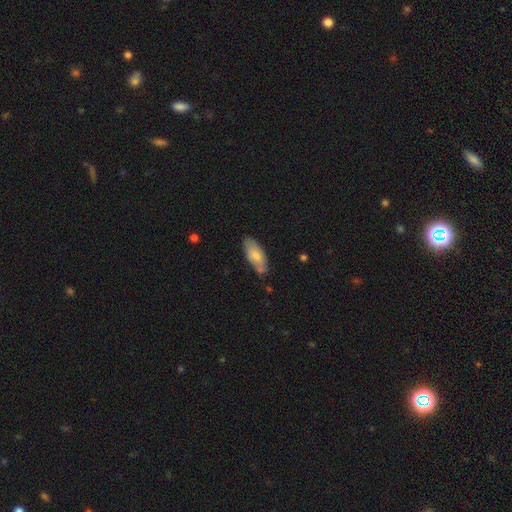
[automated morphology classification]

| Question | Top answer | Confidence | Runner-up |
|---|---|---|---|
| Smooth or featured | smooth | 73% | featured or disk (22%) |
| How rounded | in between | 84% | cigar-shaped (14%) |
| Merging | none | 68% | minor disturbance (23%) |